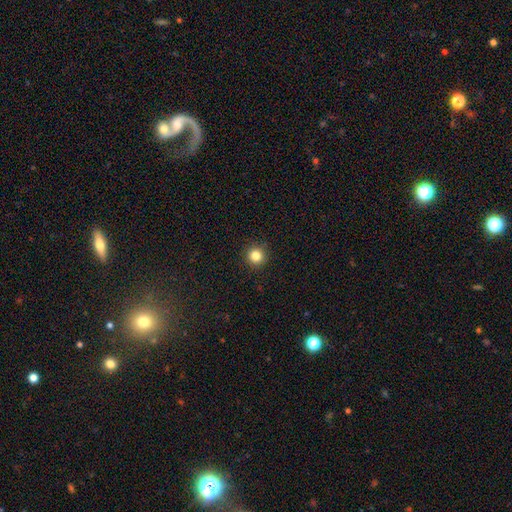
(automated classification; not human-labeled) Overall: smooth (83%). How rounded: round (96%). Merging: none (93%).